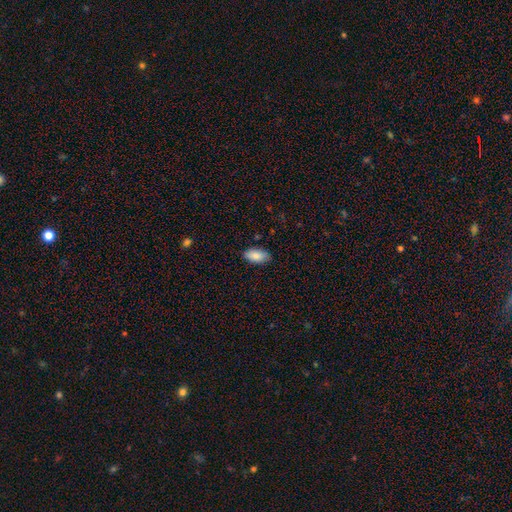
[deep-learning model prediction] Smooth or featured? Predicted: smooth (p=0.87). How rounded? Predicted: in between (p=0.94). Merging? Predicted: none (p=0.86).